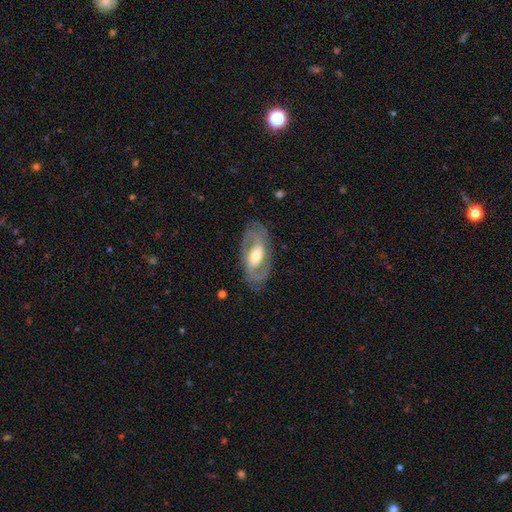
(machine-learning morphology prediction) Smooth or featured? featured or disk (83%)
Edge-on disk? no (94%)
Bar? weak (40%)
Spiral arms? yes (91%)
Spiral winding? medium (48%)
Spiral arm count? 2 (85%)
Bulge size? moderate (64%)
Merging? none (80%)